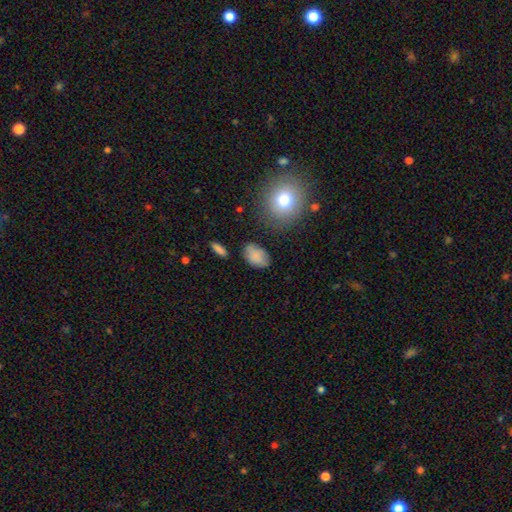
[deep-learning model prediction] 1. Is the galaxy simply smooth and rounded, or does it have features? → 81% smooth, 10% featured or disk, 8% star or artifact.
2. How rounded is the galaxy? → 87% in between, 11% round, 1% cigar-shaped.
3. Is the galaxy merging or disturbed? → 72% none, 20% minor disturbance, 5% major disturbance, 3% merger.